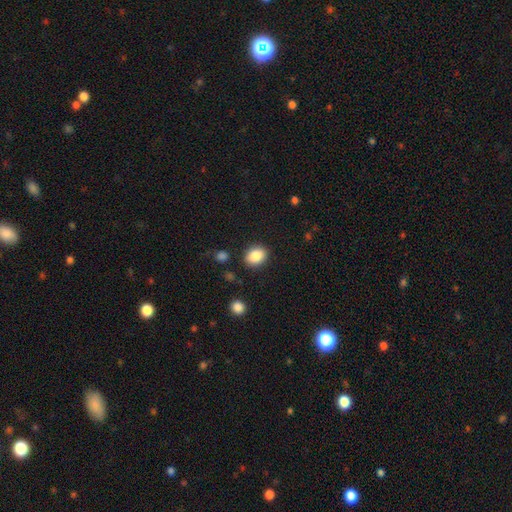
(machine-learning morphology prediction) Smooth or featured: smooth — 86% (star or artifact — 8%)
How rounded: in between — 55% (round — 44%)
Merging: none — 87% (minor disturbance — 9%)